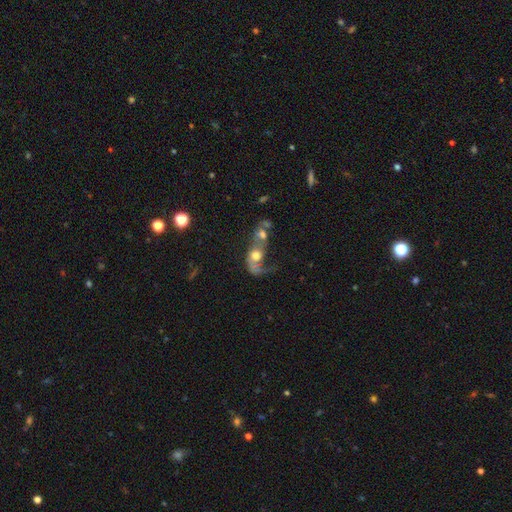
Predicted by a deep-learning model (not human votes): featured or disk 48%, smooth 42%, star or artifact 10%. Down the decision tree: merging — merger (68%).